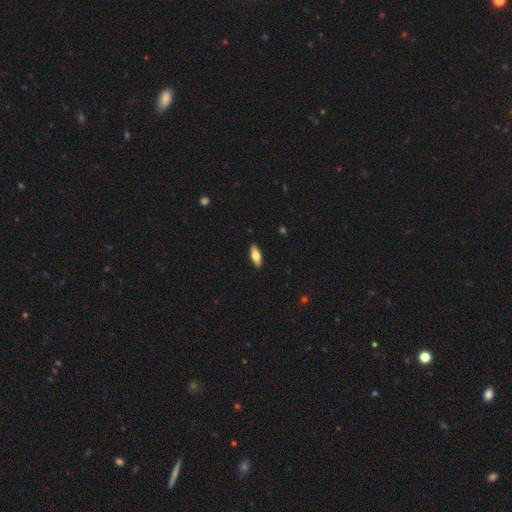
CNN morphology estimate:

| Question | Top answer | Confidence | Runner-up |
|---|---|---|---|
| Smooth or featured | smooth | 70% | featured or disk (24%) |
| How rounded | in between | 76% | cigar-shaped (22%) |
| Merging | none | 90% | minor disturbance (8%) |